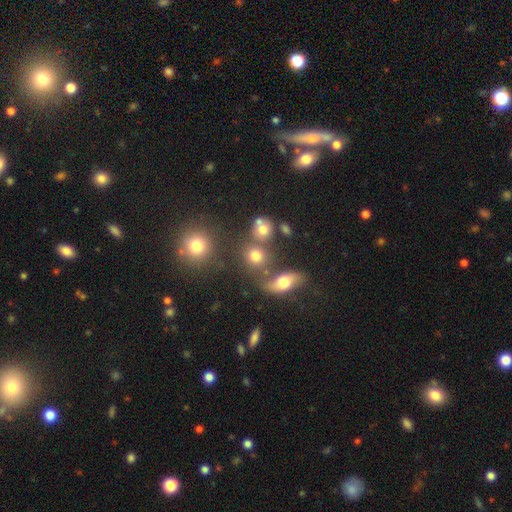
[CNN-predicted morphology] smooth_or_featured: smooth (p=0.75) [alt: star or artifact p=0.15]
how_rounded: round (p=0.77) [alt: in between p=0.22]
merging: none (p=0.59) [alt: merger p=0.25]